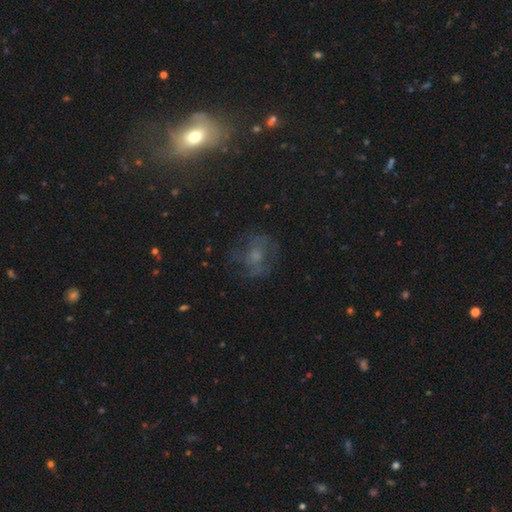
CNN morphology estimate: Q: Smooth or featured?
A: featured or disk (45%); runner-up: smooth (31%)
Q: Merging?
A: none (64%); runner-up: major disturbance (18%)